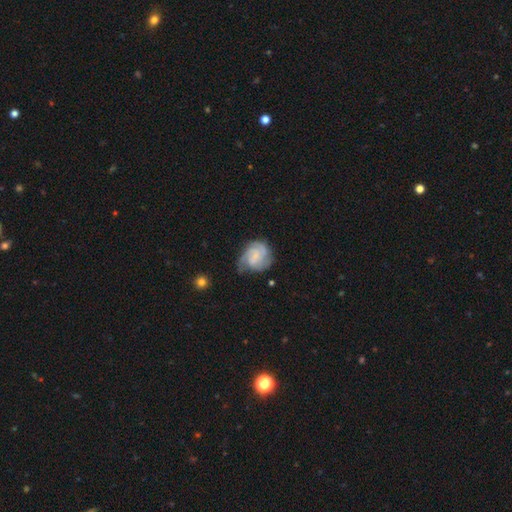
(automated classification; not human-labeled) Overall: featured or disk (72%). Edge-on disk: no (98%). Bar: no (52%; weak 41%). Spiral arms: yes (93%). Spiral arm count: 3 (37%; 2 24%). Spiral winding: tight (47%; medium 40%). Bulge size: small (45%; none 35%). Merging: none (53%; minor disturbance 29%).